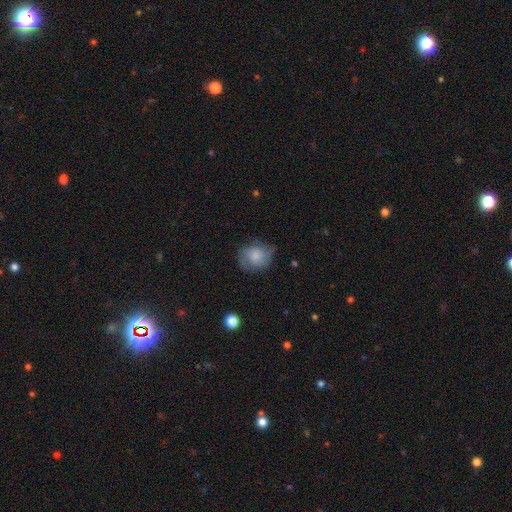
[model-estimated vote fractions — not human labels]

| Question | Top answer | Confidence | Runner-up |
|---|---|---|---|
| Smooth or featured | smooth | 69% | featured or disk (23%) |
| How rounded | round | 71% | in between (28%) |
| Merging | none | 59% | minor disturbance (30%) |